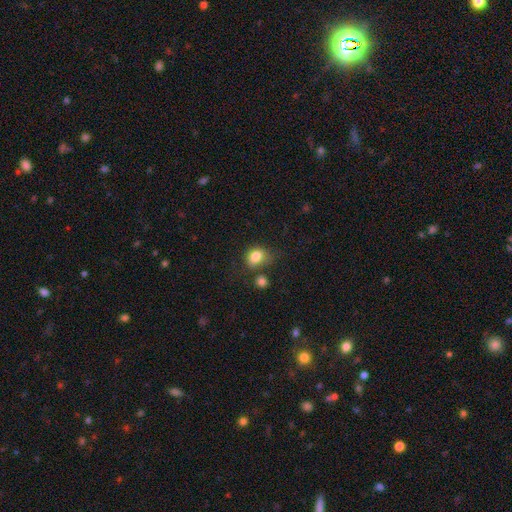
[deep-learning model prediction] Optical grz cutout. It shows a smooth galaxy with no disk features (82%) that is in between round and cigar-shaped (55%). Merging: none (51%).